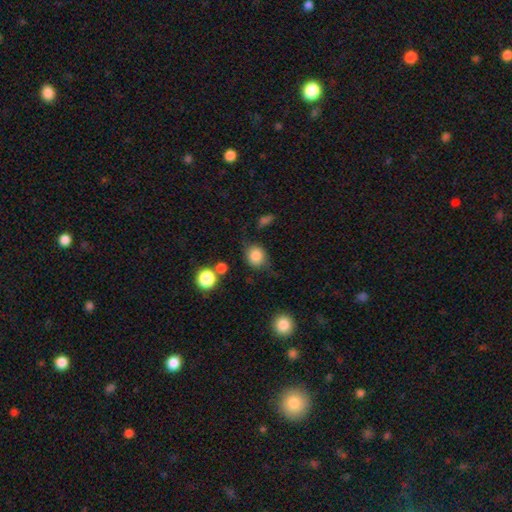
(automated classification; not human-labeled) Q: Smooth or featured?
A: smooth (82%); runner-up: star or artifact (10%)
Q: How rounded?
A: round (67%); runner-up: in between (32%)
Q: Merging?
A: none (67%); runner-up: minor disturbance (22%)